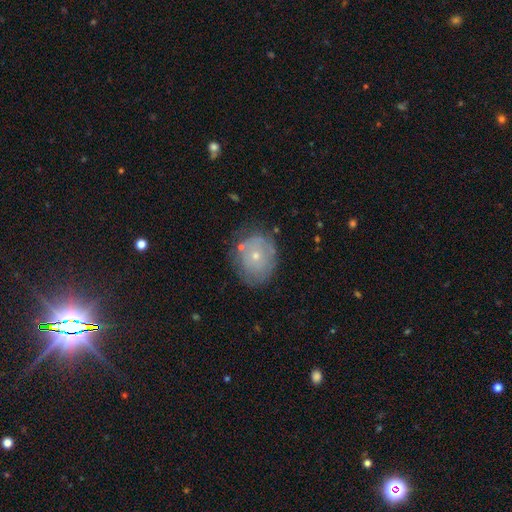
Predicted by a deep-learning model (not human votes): smooth 48%, featured or disk 43%, star or artifact 8%. Down the decision tree: merging — none (67%).